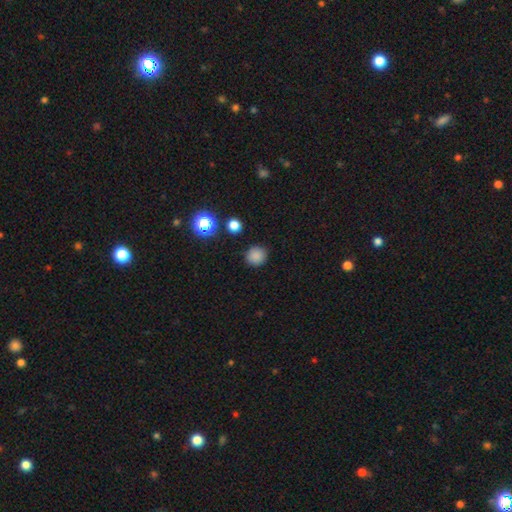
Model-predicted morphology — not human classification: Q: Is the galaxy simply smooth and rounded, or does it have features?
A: smooth — 83%.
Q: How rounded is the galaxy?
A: round — 92%.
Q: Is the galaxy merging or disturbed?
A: none — 89%.